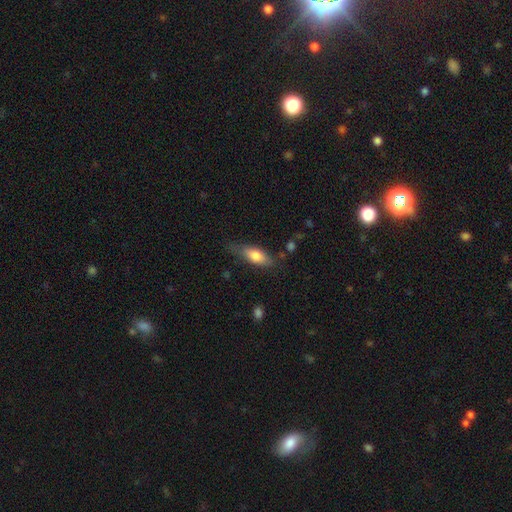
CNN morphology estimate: A smooth galaxy with no disk features (75%) that is in between round and cigar-shaped (70%).

Vote fractions:
- Smooth or featured? smooth: 75% / featured or disk: 19% / star or artifact: 6%
- How rounded? in between: 70% / cigar-shaped: 27% / round: 3%
- Merging? none: 67% / minor disturbance: 24% / major disturbance: 6% / merger: 2%